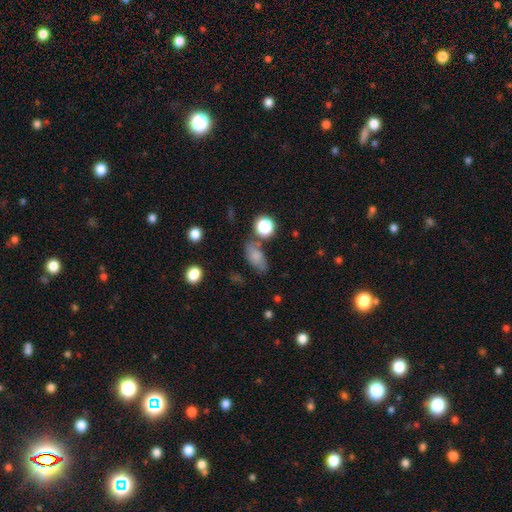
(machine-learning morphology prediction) This is likely a smooth galaxy (73%). How rounded: clearly in between (82%). Merging: likely none (62%).